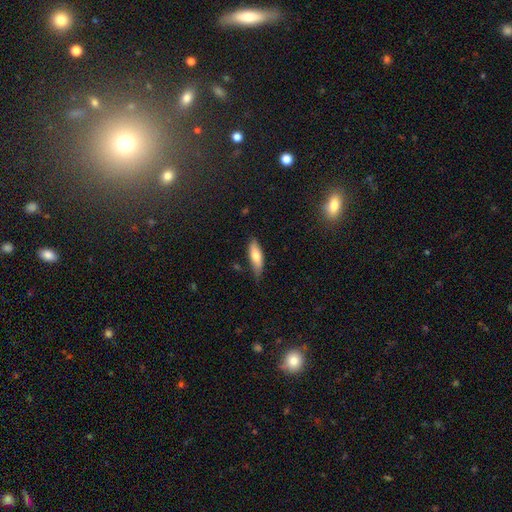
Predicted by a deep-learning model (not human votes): smooth 75%, featured or disk 19%, star or artifact 6%. Down the decision tree: how rounded — in between (58%); merging — none (69%).